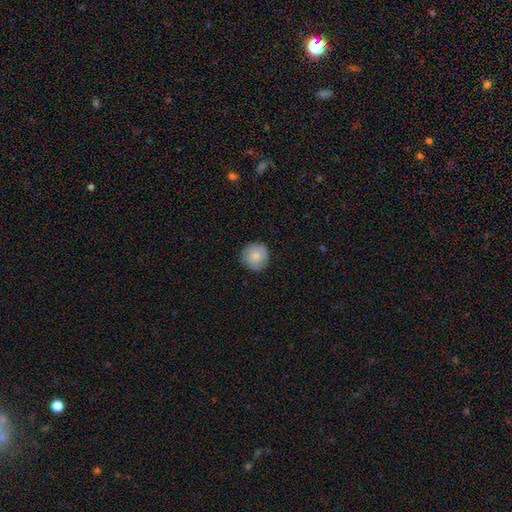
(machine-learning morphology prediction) This is clearly a smooth galaxy (85%). How rounded: clearly round (94%). Merging: clearly none (87%).